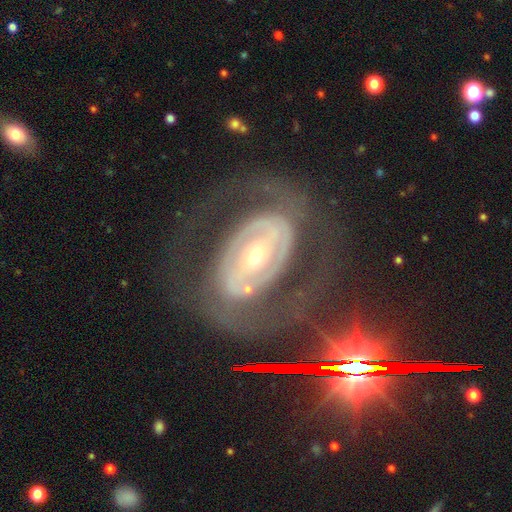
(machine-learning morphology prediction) Overall: featured or disk (81%). Edge-on disk: no (95%). Bar: strong (44%; weak 29%). Spiral arms: yes (67%; no 33%). Spiral arm count: 2 (70%). Spiral winding: tight (44%; medium 38%). Bulge size: small (56%; moderate 40%). Merging: none (63%).